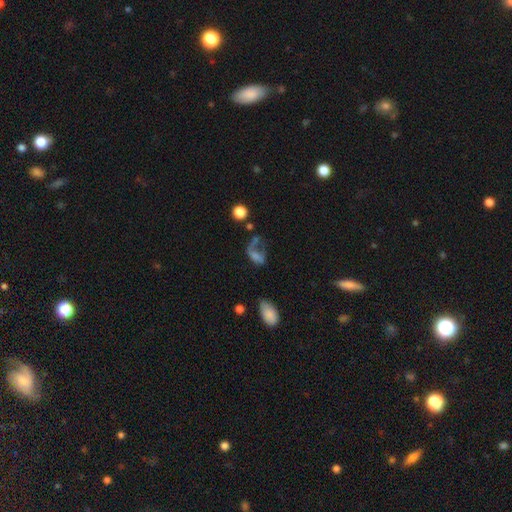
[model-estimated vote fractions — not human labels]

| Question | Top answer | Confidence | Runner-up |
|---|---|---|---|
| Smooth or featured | featured or disk | 41% | smooth (40%) |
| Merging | major disturbance | 45% | none (28%) |